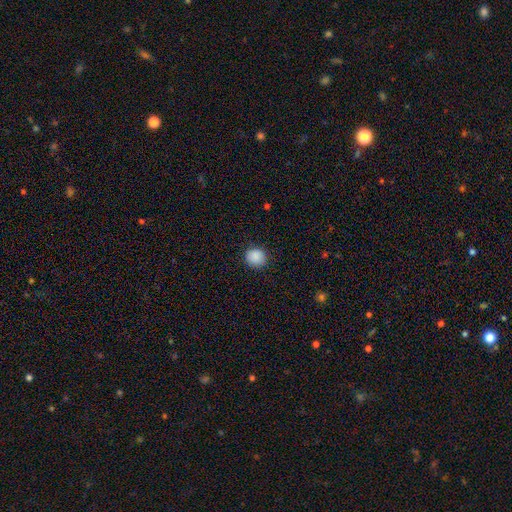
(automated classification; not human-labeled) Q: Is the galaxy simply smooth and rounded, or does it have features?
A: smooth — 89%.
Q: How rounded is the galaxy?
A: round — 86%.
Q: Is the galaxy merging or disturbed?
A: none — 88%.